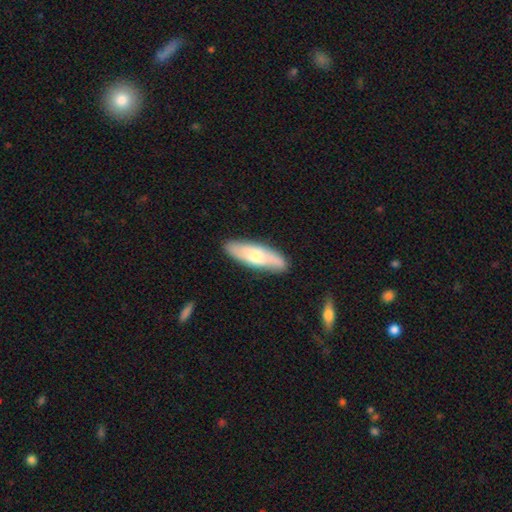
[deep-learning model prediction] Smooth or featured?
  - smooth: 53% *
  - featured or disk: 41%
  - star or artifact: 5%
How rounded?
  - in between: 50% *
  - cigar-shaped: 48%
  - round: 2%
Merging?
  - none: 85% *
  - minor disturbance: 12%
  - major disturbance: 2%
  - merger: 1%